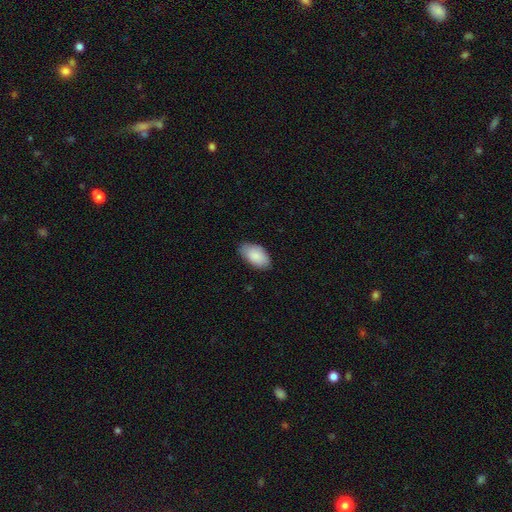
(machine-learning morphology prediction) Smooth or featured? smooth (89%)
How rounded? in between (95%)
Merging? none (79%)